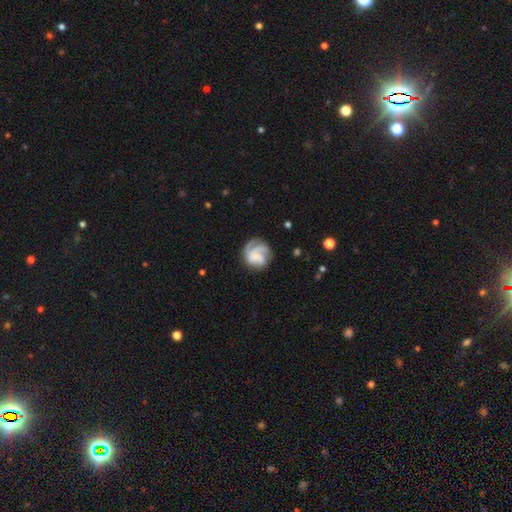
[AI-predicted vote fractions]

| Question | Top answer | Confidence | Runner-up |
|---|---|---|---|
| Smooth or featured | featured or disk | 67% | smooth (26%) |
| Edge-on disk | no | 98% | yes (2%) |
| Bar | no | 63% | weak (29%) |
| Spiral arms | yes | 89% | no (11%) |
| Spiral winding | tight | 48% | medium (36%) |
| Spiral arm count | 3 | 34% | can't tell (22%) |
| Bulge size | small | 36% | tied: none (36%) |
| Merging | none | 60% | minor disturbance (20%) |